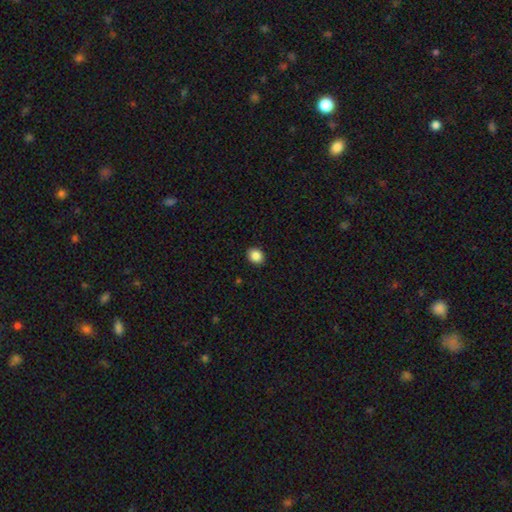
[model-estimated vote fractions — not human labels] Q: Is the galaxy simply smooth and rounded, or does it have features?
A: smooth — 87%.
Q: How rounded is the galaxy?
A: round — 58%.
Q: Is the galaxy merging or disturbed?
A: none — 91%.